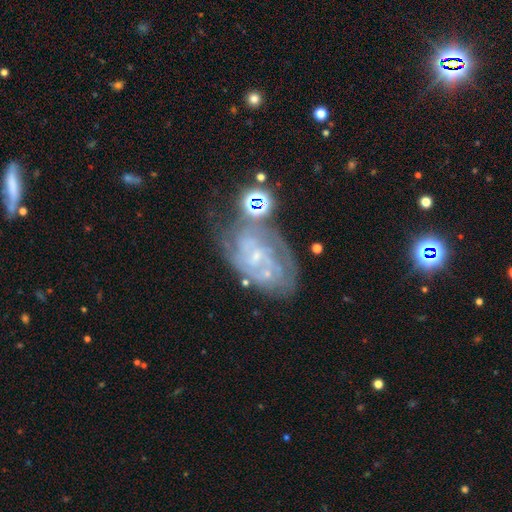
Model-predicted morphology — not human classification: Smooth or featured: featured or disk — 77% (smooth — 12%)
Edge-on disk: no — 97% (yes — 3%)
Bar: no — 63% (weak — 30%)
Spiral arms: yes — 85% (no — 15%)
Spiral winding: tight — 57% (medium — 32%)
Spiral arm count: can't tell — 47% (2 — 21%)
Bulge size: small — 76% (none — 11%)
Merging: none — 46% (minor disturbance — 23%)